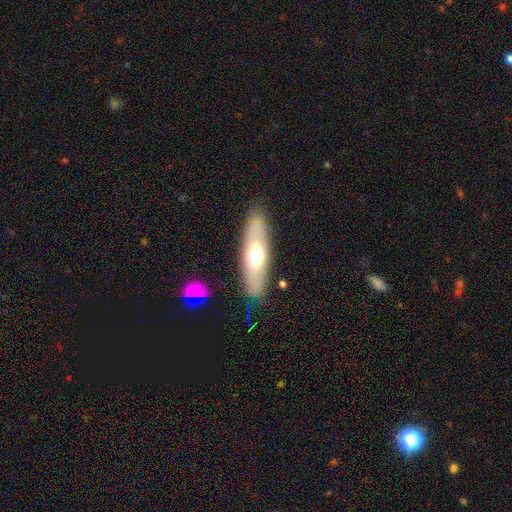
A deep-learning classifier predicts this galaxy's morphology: smooth-or-featured: smooth: 55% | featured or disk: 38% | star or artifact: 7%
  how-rounded: in between: 53% | cigar-shaped: 45% | round: 3%
  merging: none: 84% | minor disturbance: 10% | major disturbance: 4% | merger: 2%